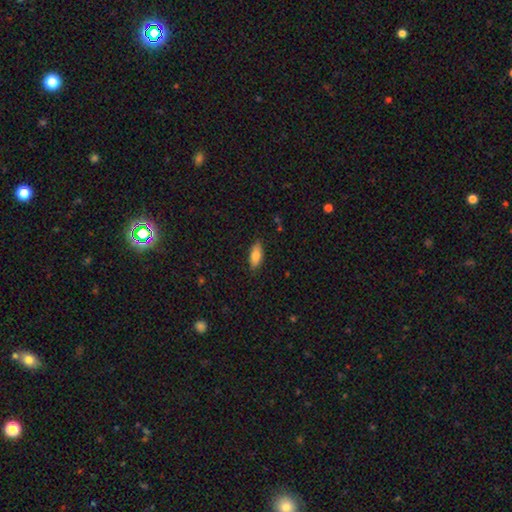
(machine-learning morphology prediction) This is likely a smooth galaxy (80%). How rounded: likely in between (80%). Merging: clearly none (85%).